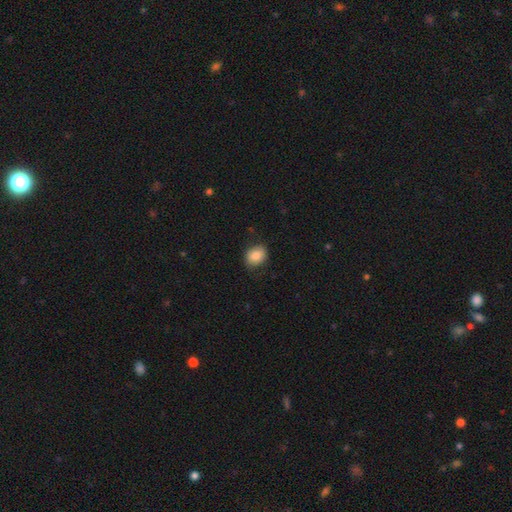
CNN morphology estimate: Smooth or featured?
  - smooth: 84% *
  - star or artifact: 8%
  - featured or disk: 8%
How rounded?
  - in between: 56% *
  - round: 43%
  - cigar-shaped: 1%
Merging?
  - none: 81% *
  - minor disturbance: 15%
  - major disturbance: 3%
  - merger: 1%